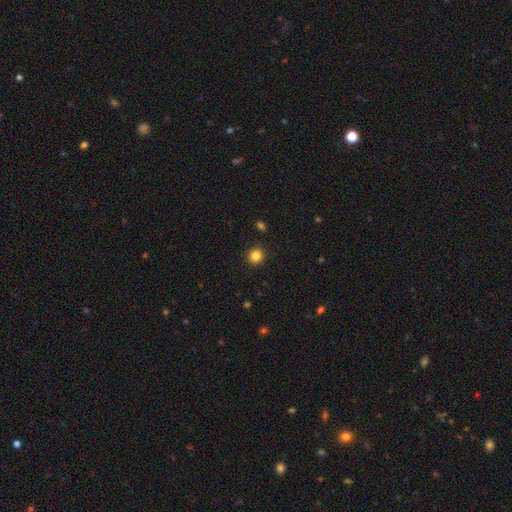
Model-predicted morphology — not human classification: smooth-or-featured: smooth: 84% | star or artifact: 12% | featured or disk: 4%
  how-rounded: round: 92% | in between: 7% | cigar-shaped: 1%
  merging: none: 92% | minor disturbance: 5% | major disturbance: 2% | merger: 1%